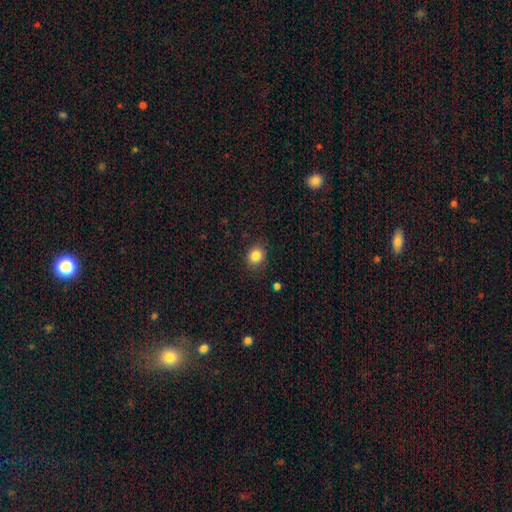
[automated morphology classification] The model was most divided on "how rounded": round: 63%, in between: 36%, cigar-shaped: 1%. More confident: smooth or featured — smooth (85%); merging — none (84%).